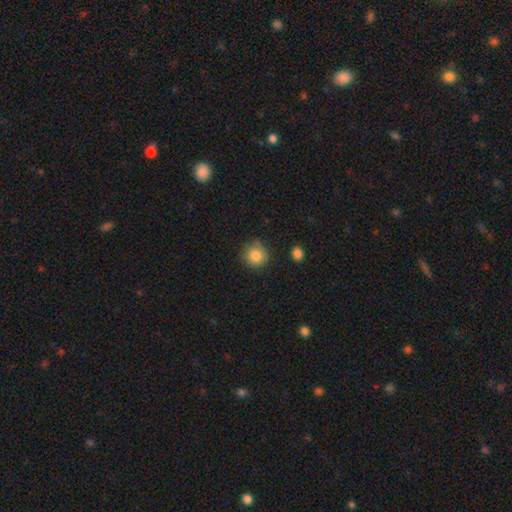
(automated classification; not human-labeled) This is clearly a smooth galaxy (85%). How rounded: clearly round (92%). Merging: clearly none (81%).